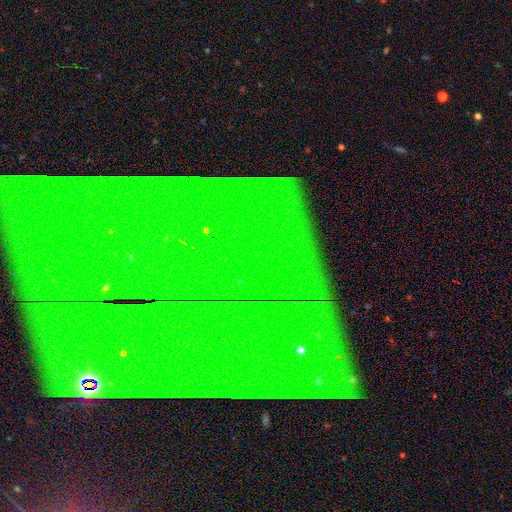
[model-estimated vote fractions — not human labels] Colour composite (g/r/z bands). It shows a star or artifact, not a galaxy (86%).